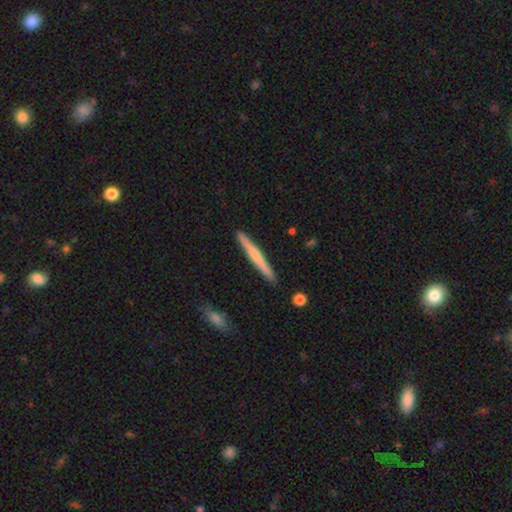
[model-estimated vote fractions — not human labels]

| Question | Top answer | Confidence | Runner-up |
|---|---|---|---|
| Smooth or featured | smooth | 50% | featured or disk (45%) |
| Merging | none | 91% | minor disturbance (6%) |